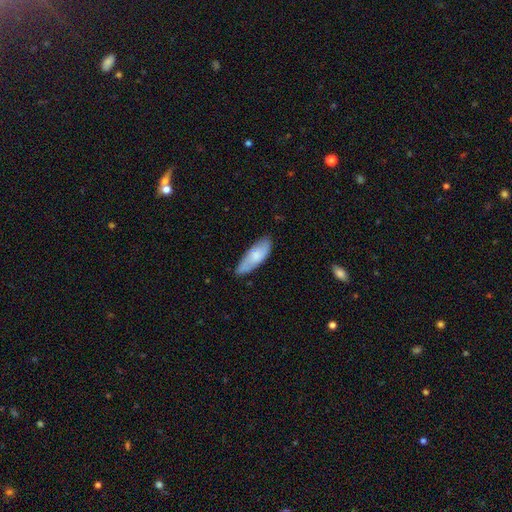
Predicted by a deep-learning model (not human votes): The model was most divided on "how rounded": in between: 67%, cigar-shaped: 32%, round: 2%. More confident: merging — none (75%); smooth or featured — smooth (68%).